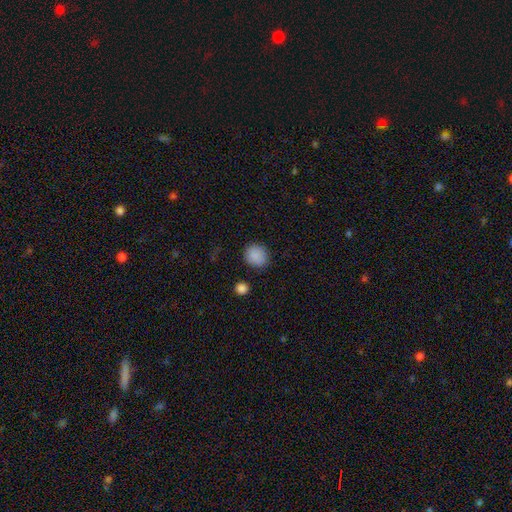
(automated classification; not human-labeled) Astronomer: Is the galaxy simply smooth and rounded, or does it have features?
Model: smooth — 88%.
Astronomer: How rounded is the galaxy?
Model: round — 83%.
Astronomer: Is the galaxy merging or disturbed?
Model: none — 87%.